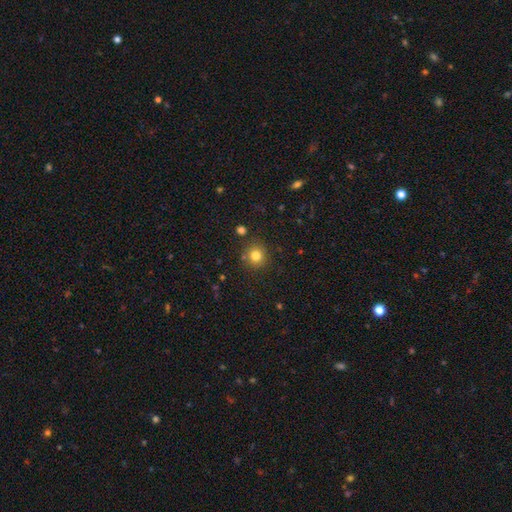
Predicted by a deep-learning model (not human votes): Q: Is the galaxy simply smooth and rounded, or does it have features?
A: smooth — 80%.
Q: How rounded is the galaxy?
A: round — 91%.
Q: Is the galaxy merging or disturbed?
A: none — 84%.